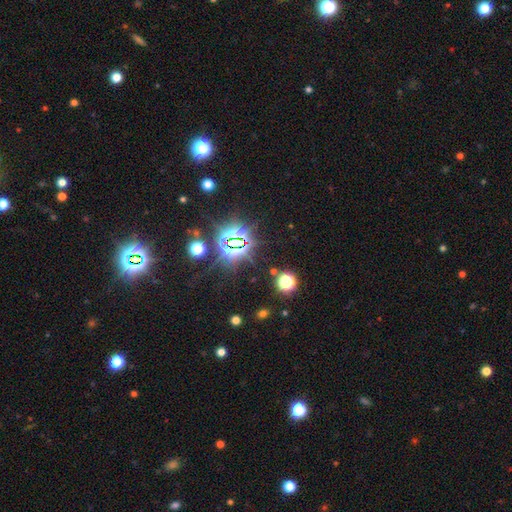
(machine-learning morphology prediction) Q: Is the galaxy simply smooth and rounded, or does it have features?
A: star or artifact — 79%.